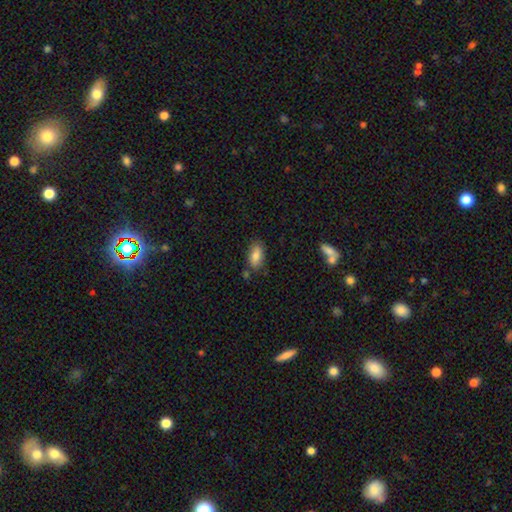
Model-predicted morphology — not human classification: Overall: smooth (83%). How rounded: in between (90%). Merging: none (77%).